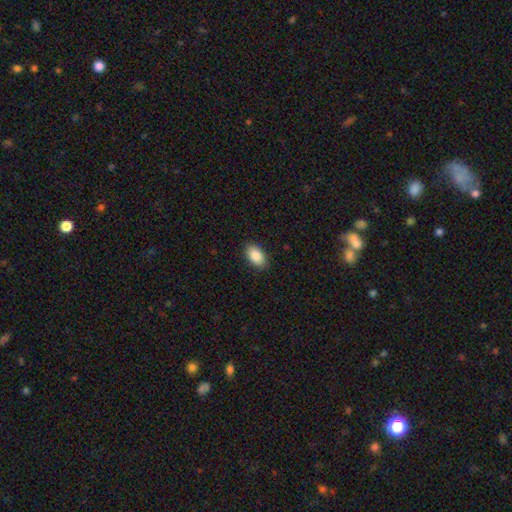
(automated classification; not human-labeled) Q: Smooth or featured?
A: smooth (89%); runner-up: star or artifact (7%)
Q: How rounded?
A: in between (92%); runner-up: round (7%)
Q: Merging?
A: none (89%); runner-up: minor disturbance (8%)